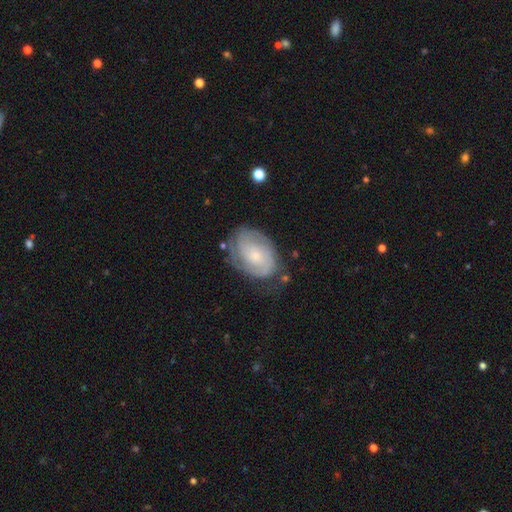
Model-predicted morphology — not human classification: smooth_or_featured: featured or disk (p=0.68) [alt: smooth p=0.26]
disk_edge_on: no (p=0.97) [alt: yes p=0.03]
bar: no (p=0.72) [alt: weak p=0.25]
has_spiral_arms: yes (p=0.87) [alt: no p=0.13]
spiral_winding: tight (p=0.60) [alt: medium p=0.30]
spiral_arm_count: can't tell (p=0.40) [alt: 2 p=0.38]
bulge_size: small (p=0.59) [alt: moderate p=0.32]
merging: none (p=0.64) [alt: minor disturbance p=0.24]